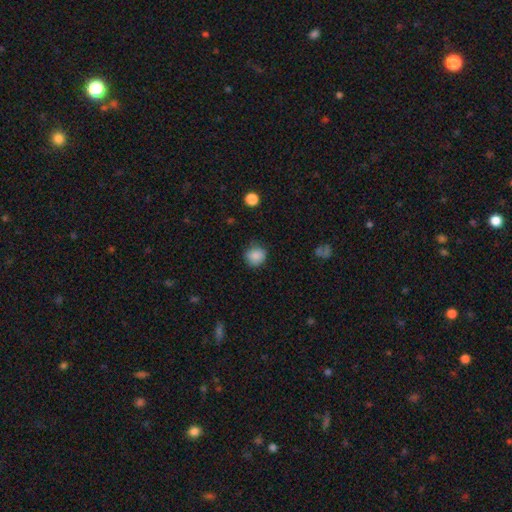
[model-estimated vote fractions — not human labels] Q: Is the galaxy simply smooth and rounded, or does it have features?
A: smooth — 86%.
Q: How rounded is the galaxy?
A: round — 85%.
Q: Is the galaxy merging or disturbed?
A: none — 77%.